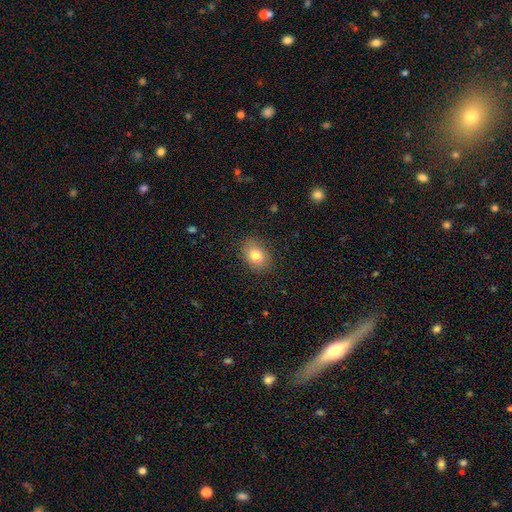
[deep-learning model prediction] smooth_or_featured: smooth (p=0.81) [alt: featured or disk p=0.10]
how_rounded: in between (p=0.65) [alt: round p=0.34]
merging: none (p=0.87) [alt: minor disturbance p=0.10]